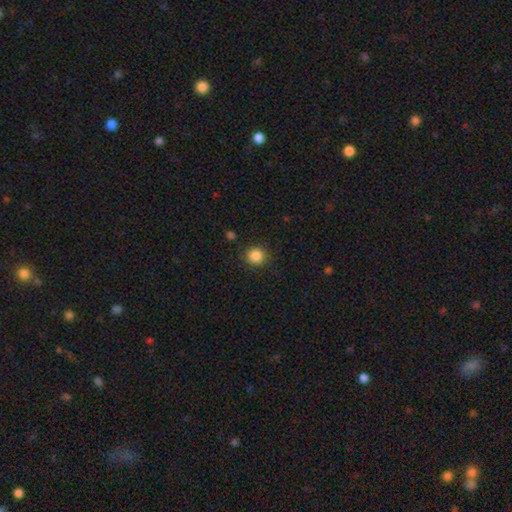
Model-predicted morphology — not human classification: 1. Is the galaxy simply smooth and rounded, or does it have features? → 86% smooth, 10% star or artifact, 4% featured or disk.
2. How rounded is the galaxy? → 89% round, 10% in between, 1% cigar-shaped.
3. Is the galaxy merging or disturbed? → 87% none, 8% minor disturbance, 3% major disturbance, 1% merger.